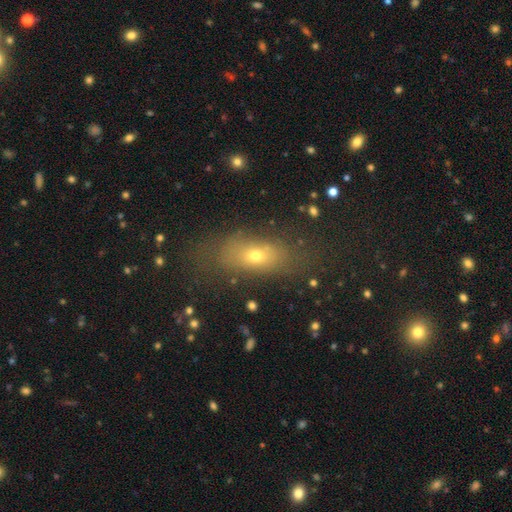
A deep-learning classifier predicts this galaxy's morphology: Smooth or featured: smooth — 65% (featured or disk — 20%)
How rounded: in between — 72% (cigar-shaped — 15%)
Merging: none — 69% (minor disturbance — 17%)